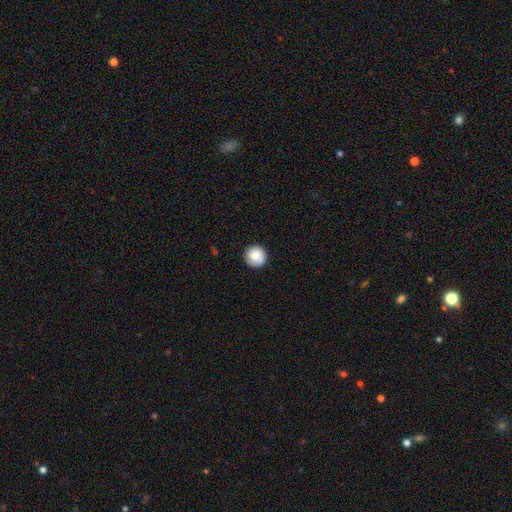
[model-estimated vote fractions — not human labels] Smooth or featured?
  - smooth: 82% *
  - featured or disk: 10%
  - star or artifact: 9%
How rounded?
  - round: 95% *
  - in between: 4%
  - cigar-shaped: 1%
Merging?
  - none: 85% *
  - minor disturbance: 11%
  - major disturbance: 2%
  - merger: 2%